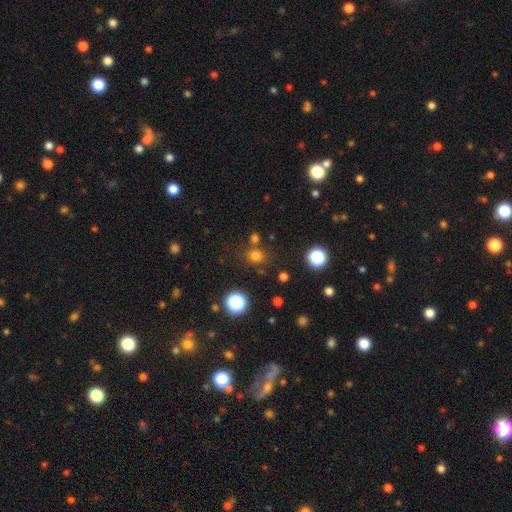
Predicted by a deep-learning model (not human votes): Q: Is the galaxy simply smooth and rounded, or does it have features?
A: smooth — 73%.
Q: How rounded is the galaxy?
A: round — 77%.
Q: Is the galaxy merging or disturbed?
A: none — 75%.